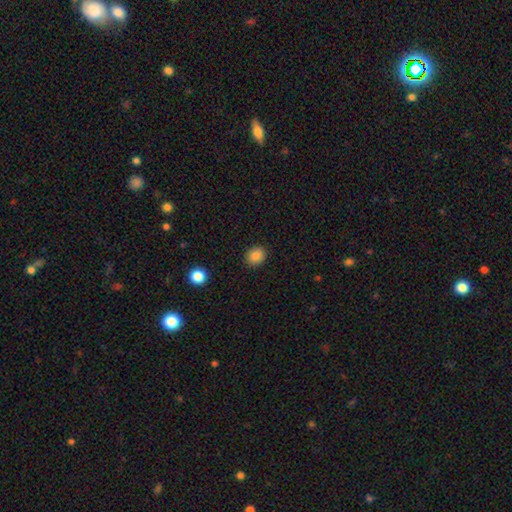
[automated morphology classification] This appears to be a smooth galaxy with no disk features (86%) that is round (71%). Merging: none (91%).